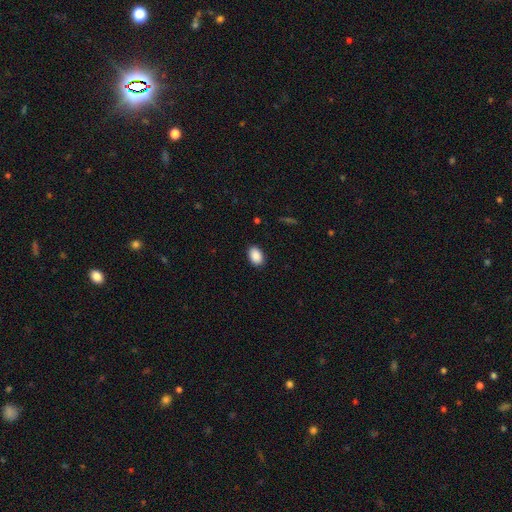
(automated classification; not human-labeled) Morphology: type=smooth (90%); roundness=in between (89%); merging=none (89%).